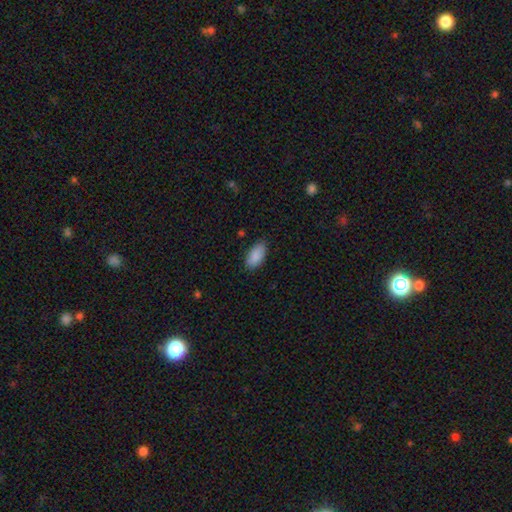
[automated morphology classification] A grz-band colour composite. It shows a smooth galaxy with no disk features (89%) that is in between round and cigar-shaped (94%). Merging: none (82%).